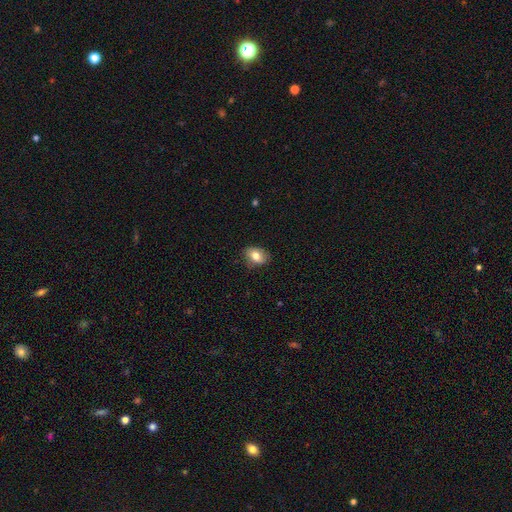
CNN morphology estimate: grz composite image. It shows a smooth galaxy with no disk features (78%) that is in between round and cigar-shaped (79%). Merging: none (77%).